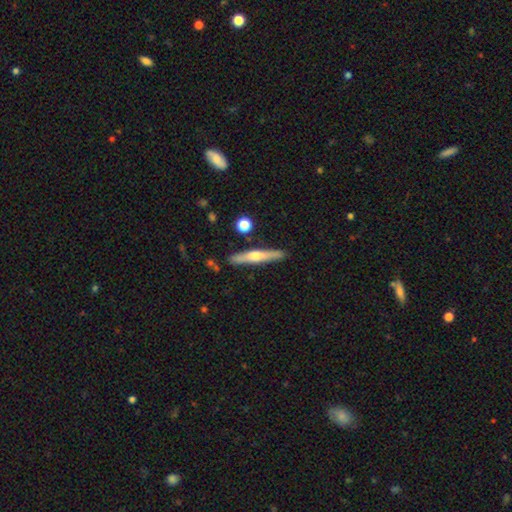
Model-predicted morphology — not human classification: smooth-or-featured: featured or disk: 55% | smooth: 38% | star or artifact: 6%
  disk-edge-on: yes: 95% | no: 5%
    edge-on-bulge: rounded: 86% | none: 10% | boxy: 4%
  merging: none: 88% | minor disturbance: 8% | merger: 3% | major disturbance: 2%